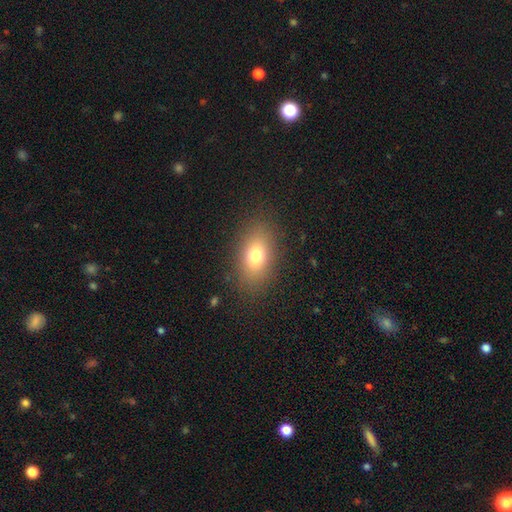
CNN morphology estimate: Smooth or featured? Predicted: smooth (p=0.75). How rounded? Predicted: in between (p=0.84). Merging? Predicted: none (p=0.86).